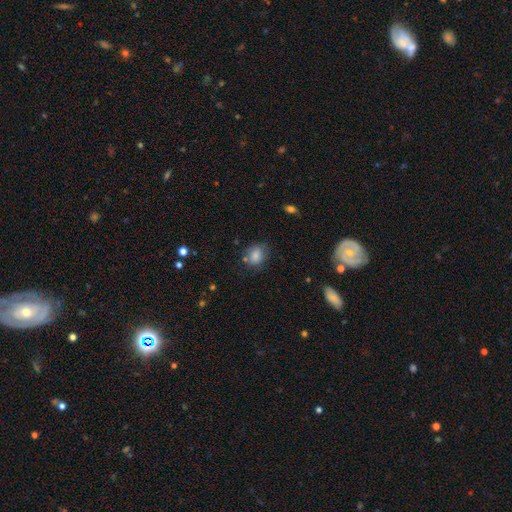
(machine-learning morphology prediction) Q: Smooth or featured?
A: smooth (79%); runner-up: featured or disk (11%)
Q: How rounded?
A: round (53%); runner-up: in between (46%)
Q: Merging?
A: none (66%); runner-up: minor disturbance (21%)